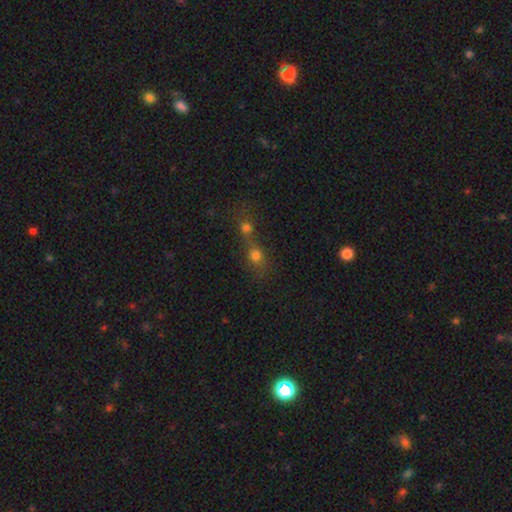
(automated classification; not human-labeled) A smooth galaxy with no disk features (72%) that is round (74%). Merging: merger (62%).